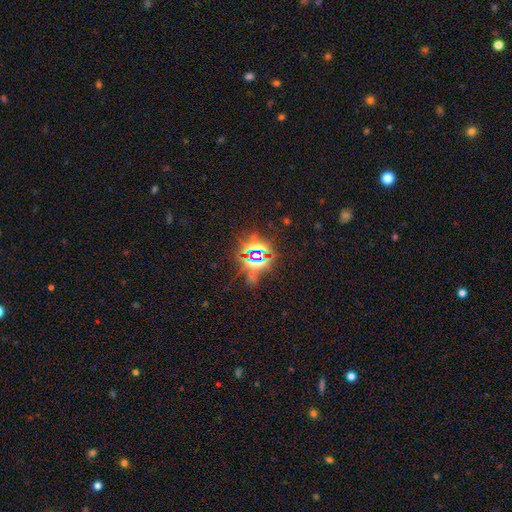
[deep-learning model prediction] smooth-or-featured: star or artifact: 82% | smooth: 10% | featured or disk: 8%